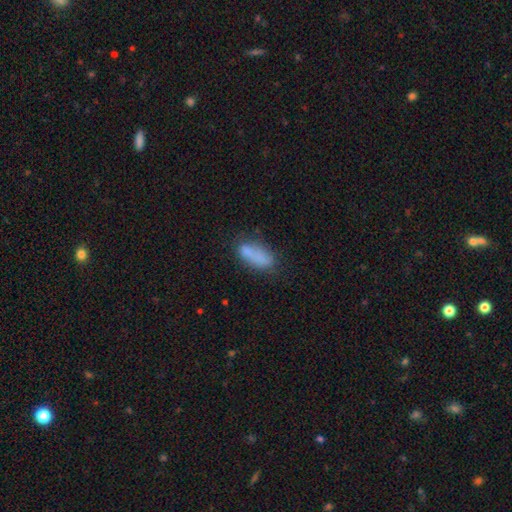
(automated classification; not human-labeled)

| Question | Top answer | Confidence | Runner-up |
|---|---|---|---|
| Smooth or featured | smooth | 75% | featured or disk (15%) |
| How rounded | in between | 74% | cigar-shaped (22%) |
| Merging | none | 56% | minor disturbance (23%) |